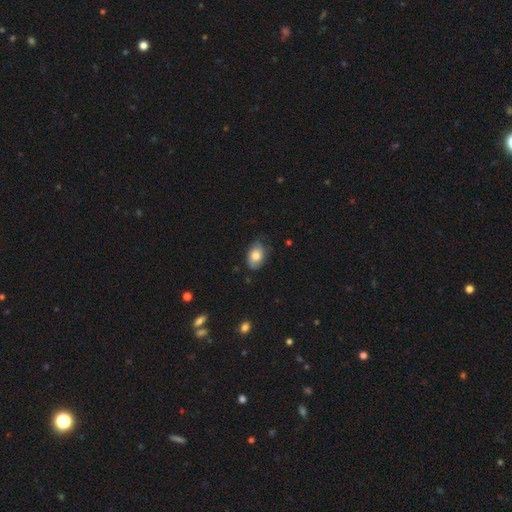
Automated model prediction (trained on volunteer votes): This appears to be a smooth galaxy with no disk features (80%) that is in between round and cigar-shaped (88%). Merging: none (73%).